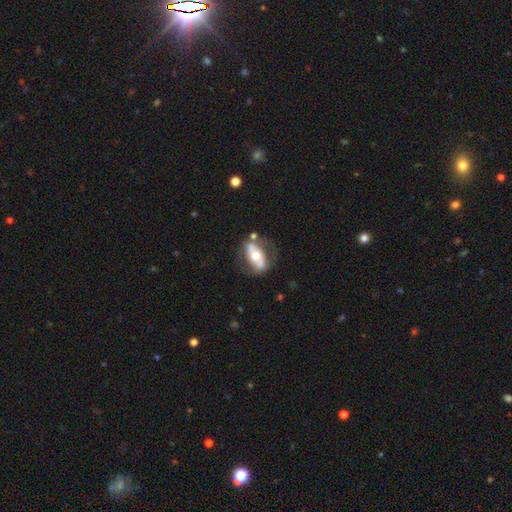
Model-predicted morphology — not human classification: smooth_or_featured: featured or disk (p=0.58) [alt: smooth p=0.36]
disk_edge_on: no (p=0.85) [alt: yes p=0.15]
merging: none (p=0.62) [alt: minor disturbance p=0.19]